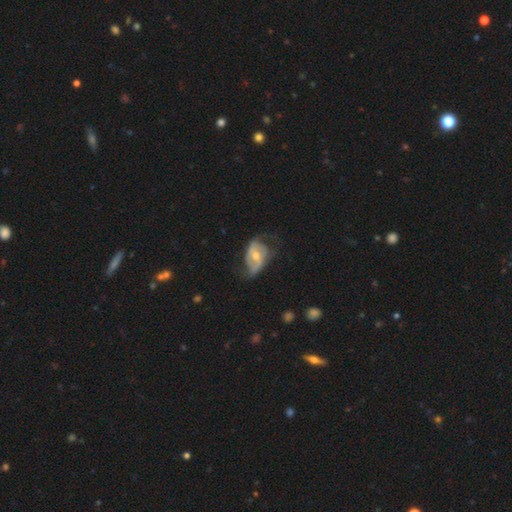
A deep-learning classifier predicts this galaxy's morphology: This is likely a featured or disk galaxy (72%). It is clearly not viewed edge-on (95%). Bar: possibly no (47%). Spiral arm pattern: clearly yes (82%). Spiral arm count: likely 2 (80%). Spiral winding: possibly loose (53%). Central bulge: possibly moderate (59%). Merging: possibly none (49%).